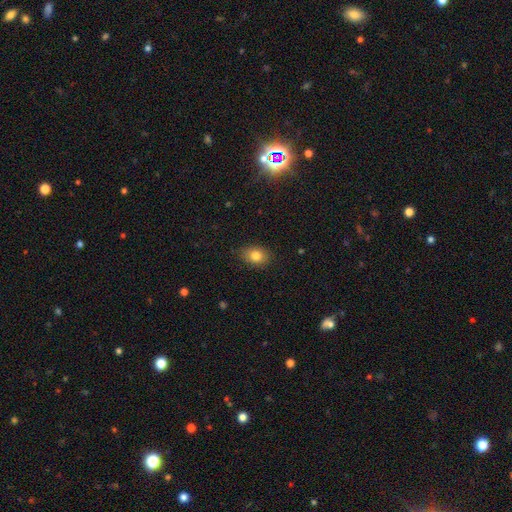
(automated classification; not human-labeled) Smooth or featured? smooth (82%)
How rounded? in between (70%)
Merging? none (86%)